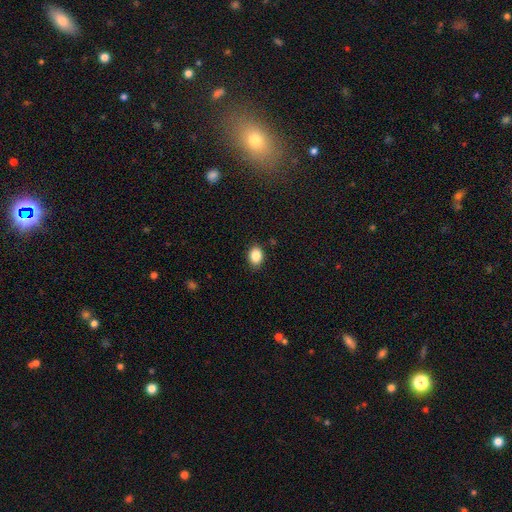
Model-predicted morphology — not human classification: type=smooth (86%); roundness=in between (62%); merging=none (87%).